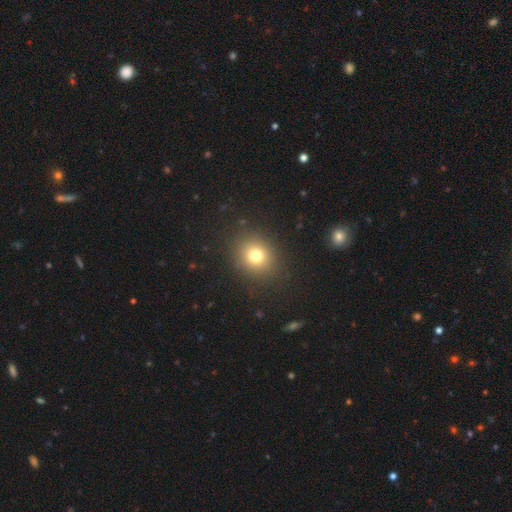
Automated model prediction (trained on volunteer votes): A smooth galaxy with no disk features (75%) that is round (81%).

Vote fractions:
- Smooth or featured? smooth: 75% / star or artifact: 16% / featured or disk: 9%
- How rounded? round: 81% / in between: 19% / cigar-shaped: 1%
- Merging? none: 88% / minor disturbance: 7% / major disturbance: 4% / merger: 1%